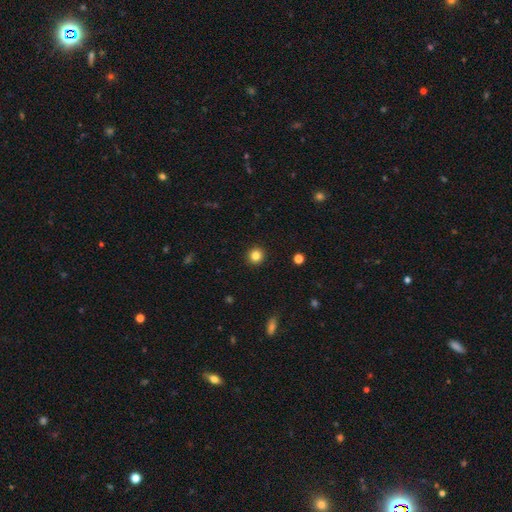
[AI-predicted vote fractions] A smooth galaxy with no disk features (84%) that is round (93%).

Vote fractions:
- Smooth or featured? smooth: 84% / star or artifact: 11% / featured or disk: 5%
- How rounded? round: 93% / in between: 6% / cigar-shaped: 1%
- Merging? none: 93% / minor disturbance: 4% / major disturbance: 2% / merger: 1%